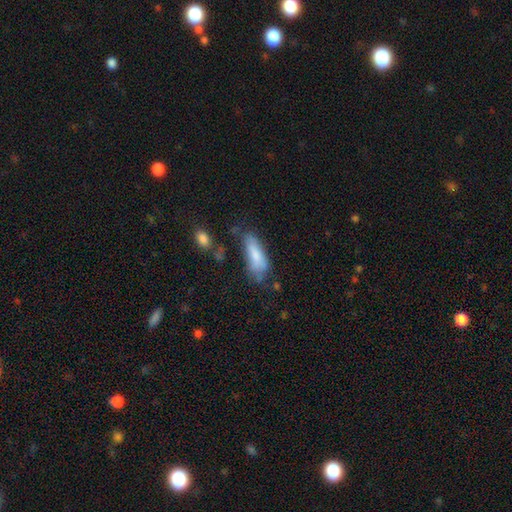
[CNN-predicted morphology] smooth-or-featured: smooth: 77% | featured or disk: 16% | star or artifact: 8%
  how-rounded: in between: 67% | cigar-shaped: 31% | round: 2%
  merging: none: 44% | minor disturbance: 32% | major disturbance: 17% | merger: 7%